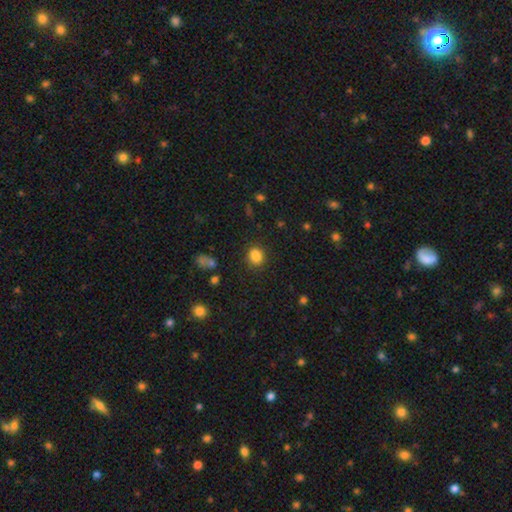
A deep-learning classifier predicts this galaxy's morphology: smooth-or-featured: smooth: 84% | star or artifact: 12% | featured or disk: 5%
  how-rounded: round: 57% | in between: 42% | cigar-shaped: 1%
  merging: none: 81% | minor disturbance: 12% | major disturbance: 4% | merger: 3%